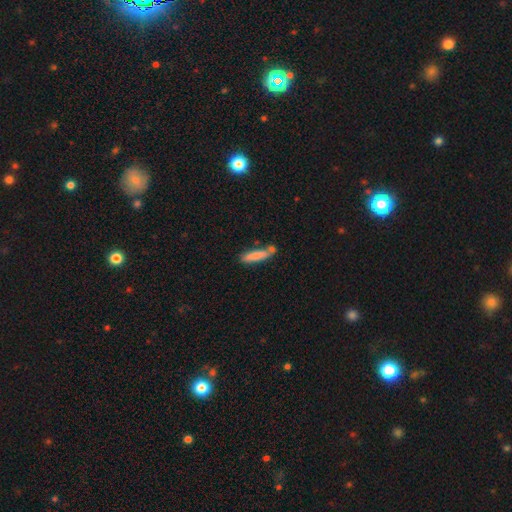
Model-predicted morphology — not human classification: Q: Smooth or featured?
A: smooth (80%); runner-up: featured or disk (13%)
Q: How rounded?
A: cigar-shaped (80%); runner-up: in between (19%)
Q: Merging?
A: none (61%); runner-up: merger (18%)